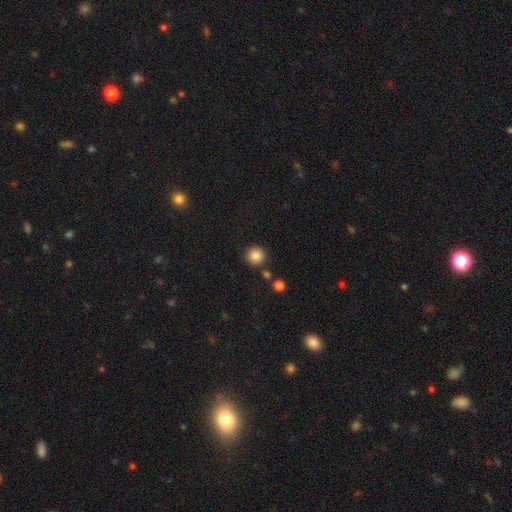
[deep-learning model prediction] Smooth or featured? smooth (85%)
How rounded? round (94%)
Merging? none (87%)